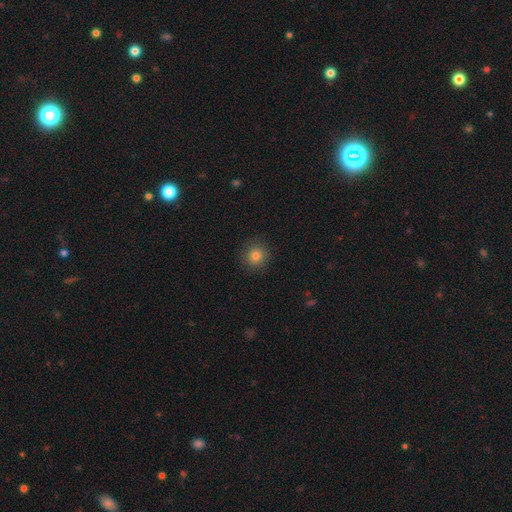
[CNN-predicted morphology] Smooth or featured?
  - smooth: 81% *
  - star or artifact: 13%
  - featured or disk: 7%
How rounded?
  - round: 93% *
  - in between: 6%
  - cigar-shaped: 1%
Merging?
  - none: 90% *
  - minor disturbance: 7%
  - major disturbance: 2%
  - merger: 1%